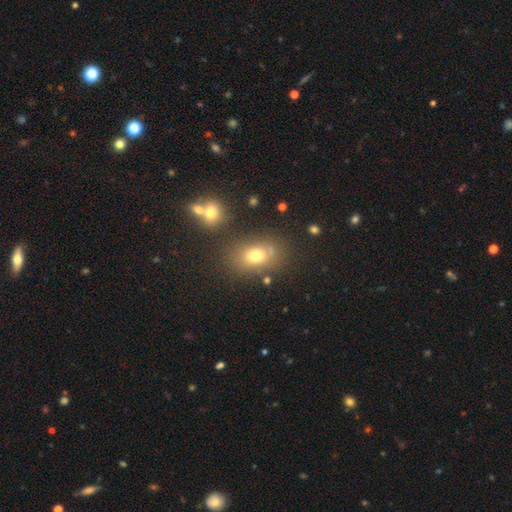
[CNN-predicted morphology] type=smooth (71%); roundness=in between (70%); merging=none (68%).